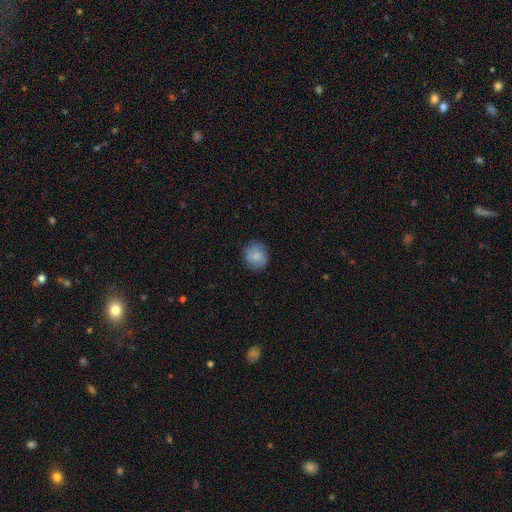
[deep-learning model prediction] Overall: smooth (79%). How rounded: round (82%). Merging: none (83%).